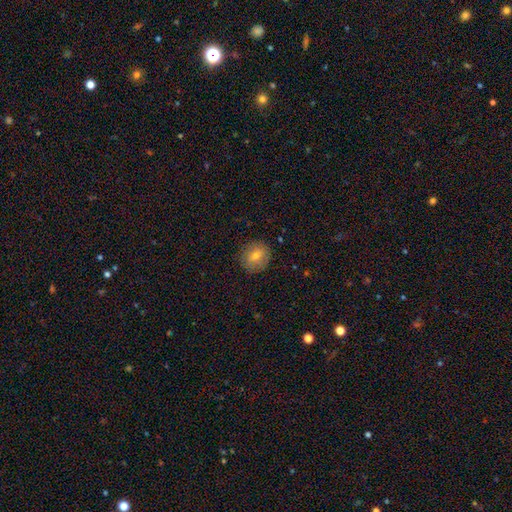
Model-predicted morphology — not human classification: This appears to be a smooth galaxy with no disk features (73%) that is round (77%). Merging: none (86%).